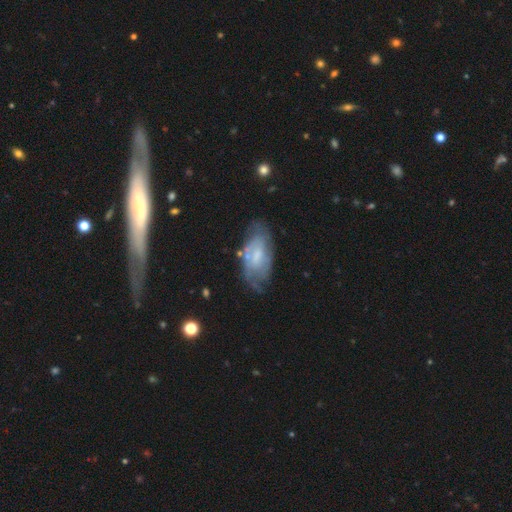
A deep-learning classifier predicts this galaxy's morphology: This appears to be a featured or disk galaxy (63%) with a weak bar (46%), spiral arms (71%) and a small central bulge (39%). Merging: none (58%).